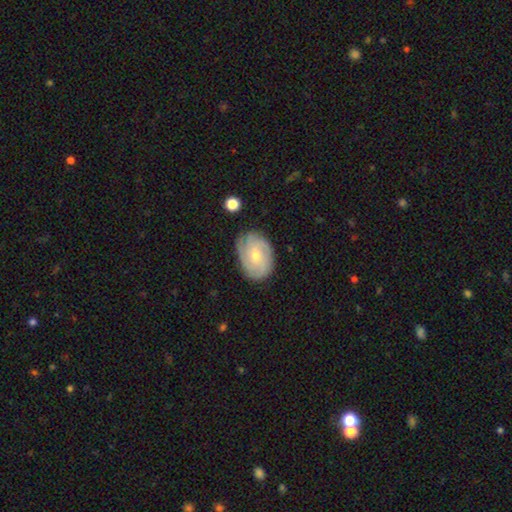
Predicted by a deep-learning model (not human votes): Smooth or featured: featured or disk — 70% (smooth — 23%)
Edge-on disk: no — 97% (yes — 3%)
Bar: no — 72% (weak — 24%)
Spiral arms: yes — 91% (no — 9%)
Spiral winding: tight — 65% (medium — 27%)
Spiral arm count: can't tell — 32% (3 — 28%)
Bulge size: small — 54% (moderate — 43%)
Merging: none — 75% (minor disturbance — 19%)